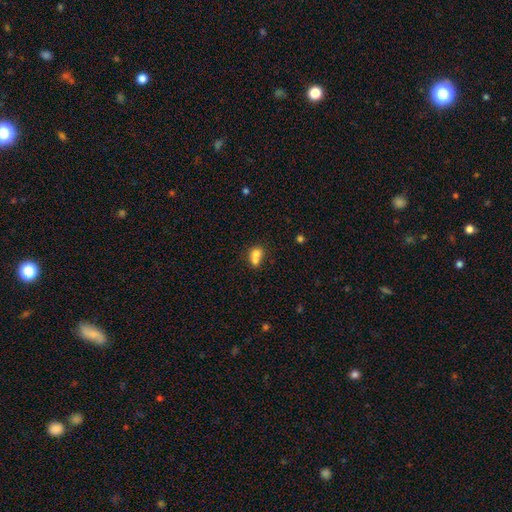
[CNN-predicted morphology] smooth_or_featured: smooth (p=0.73) [alt: featured or disk p=0.16]
how_rounded: round (p=0.59) [alt: in between p=0.40]
merging: merger (p=0.64) [alt: none p=0.25]